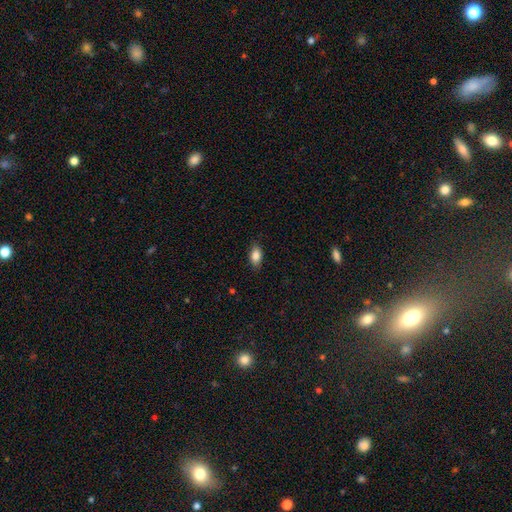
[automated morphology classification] Q: Smooth or featured?
A: smooth (86%); runner-up: star or artifact (8%)
Q: How rounded?
A: in between (88%); runner-up: round (7%)
Q: Merging?
A: none (84%); runner-up: minor disturbance (12%)